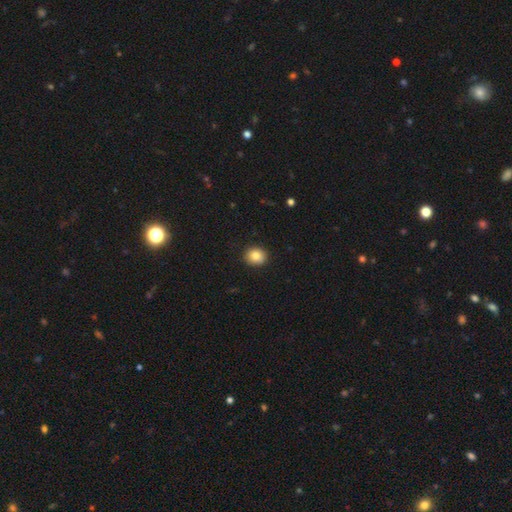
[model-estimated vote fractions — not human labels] Smooth or featured?
  - smooth: 85% *
  - star or artifact: 9%
  - featured or disk: 6%
How rounded?
  - round: 75% *
  - in between: 24%
  - cigar-shaped: 1%
Merging?
  - none: 91% *
  - minor disturbance: 7%
  - major disturbance: 2%
  - merger: 1%